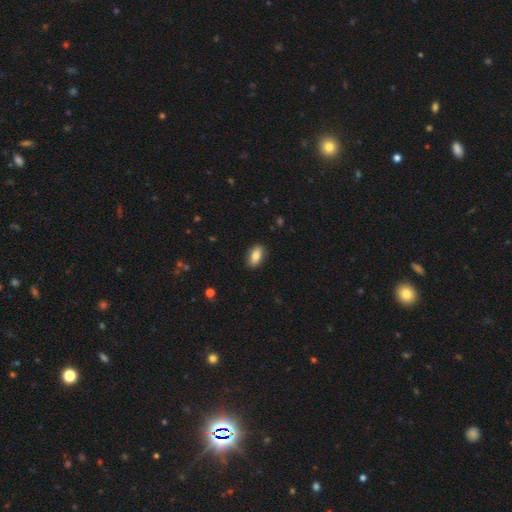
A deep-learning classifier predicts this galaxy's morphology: smooth 83%, featured or disk 10%, star or artifact 7%. Down the decision tree: how rounded — in between (90%); merging — none (87%).